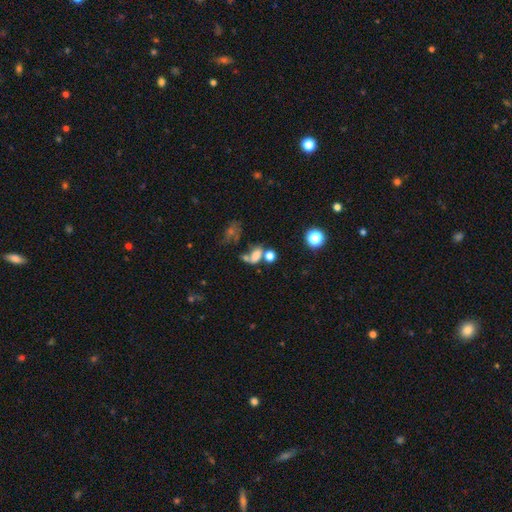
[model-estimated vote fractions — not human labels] smooth-or-featured: smooth: 64% | star or artifact: 19% | featured or disk: 17%
  how-rounded: in between: 69% | round: 27% | cigar-shaped: 4%
  merging: merger: 44% | none: 28% | major disturbance: 14% | minor disturbance: 13%